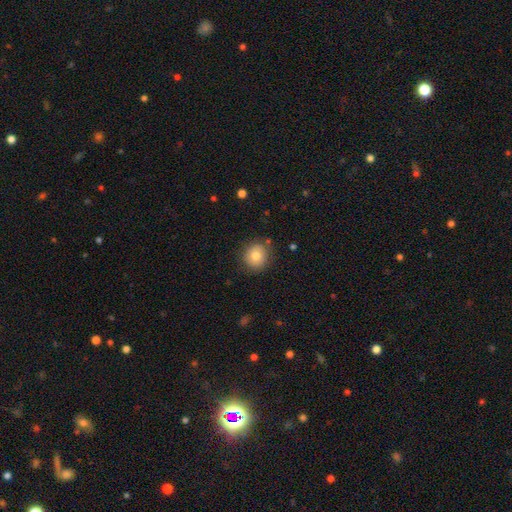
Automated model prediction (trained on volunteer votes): Q: Smooth or featured?
A: smooth (78%); runner-up: featured or disk (12%)
Q: How rounded?
A: round (85%); runner-up: in between (14%)
Q: Merging?
A: none (85%); runner-up: minor disturbance (11%)